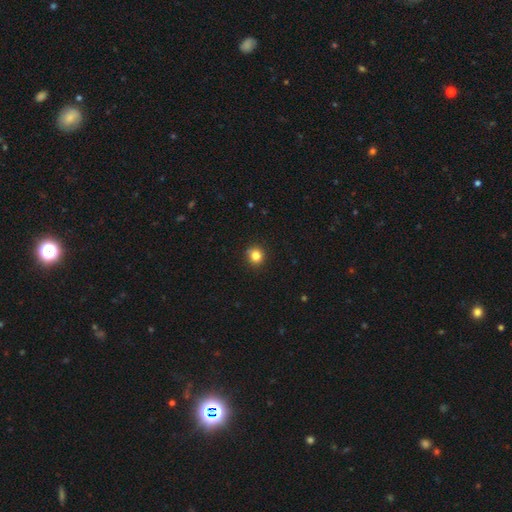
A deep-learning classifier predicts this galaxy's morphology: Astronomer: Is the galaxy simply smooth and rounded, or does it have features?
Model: smooth — 83%.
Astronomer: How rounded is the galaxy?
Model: round — 89%.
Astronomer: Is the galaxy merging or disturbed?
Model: none — 89%.